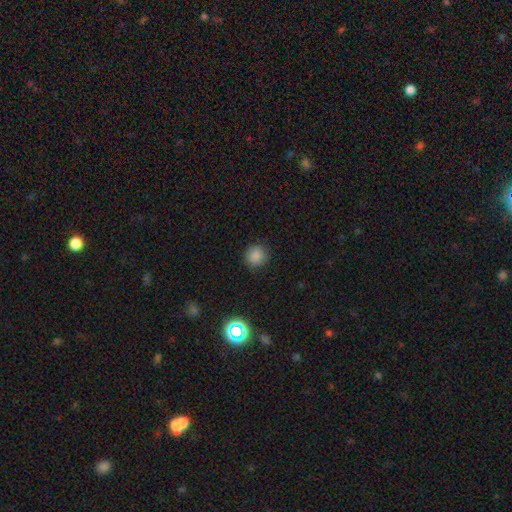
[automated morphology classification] This appears to be a smooth galaxy with no disk features (84%) that is round (91%). Merging: none (89%).